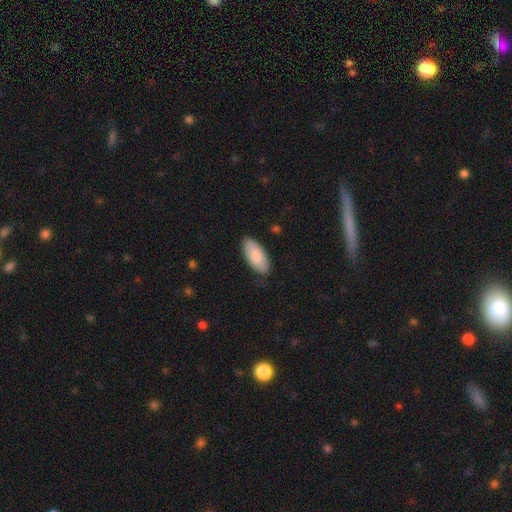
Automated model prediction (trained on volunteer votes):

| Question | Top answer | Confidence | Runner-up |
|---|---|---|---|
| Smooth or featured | smooth | 87% | featured or disk (8%) |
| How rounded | in between | 91% | cigar-shaped (7%) |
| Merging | none | 80% | minor disturbance (16%) |